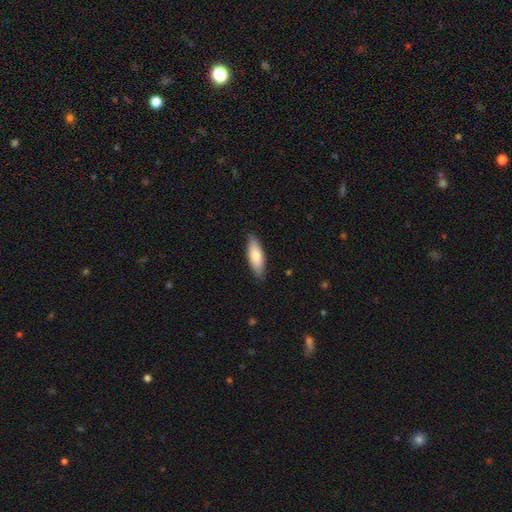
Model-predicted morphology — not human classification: Q: Smooth or featured?
A: smooth (74%); runner-up: featured or disk (20%)
Q: How rounded?
A: in between (57%); runner-up: cigar-shaped (41%)
Q: Merging?
A: none (86%); runner-up: minor disturbance (11%)